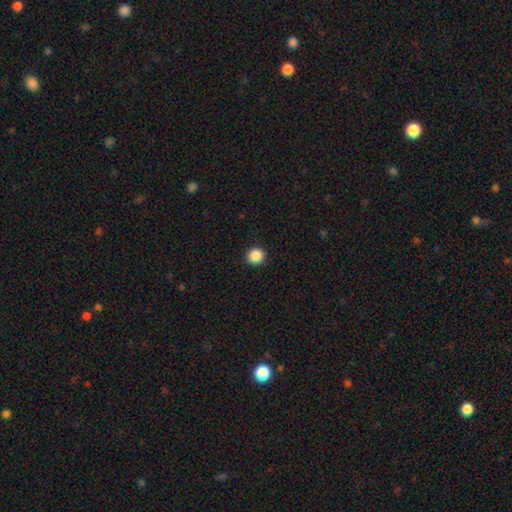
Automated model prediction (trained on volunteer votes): smooth_or_featured: smooth (p=0.88) [alt: star or artifact p=0.10]
how_rounded: round (p=0.92) [alt: in between p=0.07]
merging: none (p=0.92) [alt: minor disturbance p=0.05]